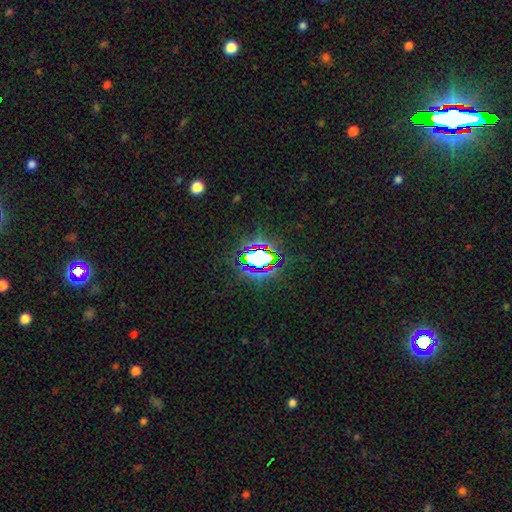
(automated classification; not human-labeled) This appears to be a star or artifact, not a galaxy (70%).